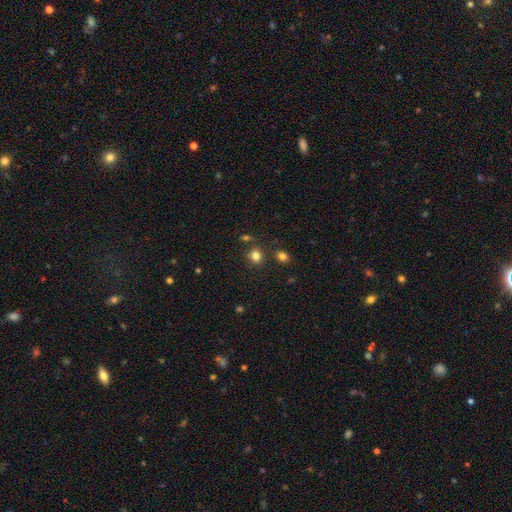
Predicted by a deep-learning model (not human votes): Morphology: type=smooth (80%); roundness=round (68%); merging=none (76%).